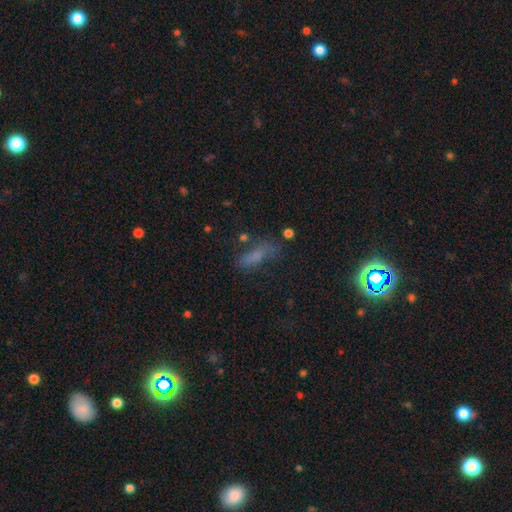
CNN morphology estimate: The model was most divided on "how rounded": cigar-shaped: 48%, in between: 47%, round: 5%. More confident: smooth or featured — smooth (58%); merging — none (52%).